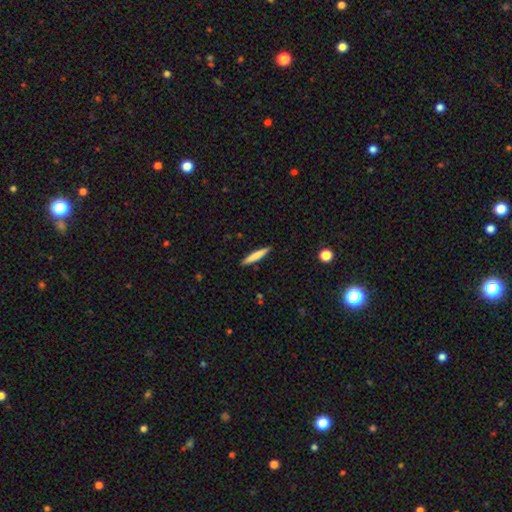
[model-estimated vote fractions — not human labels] Overall: smooth (74%). How rounded: cigar-shaped (92%). Merging: none (90%).